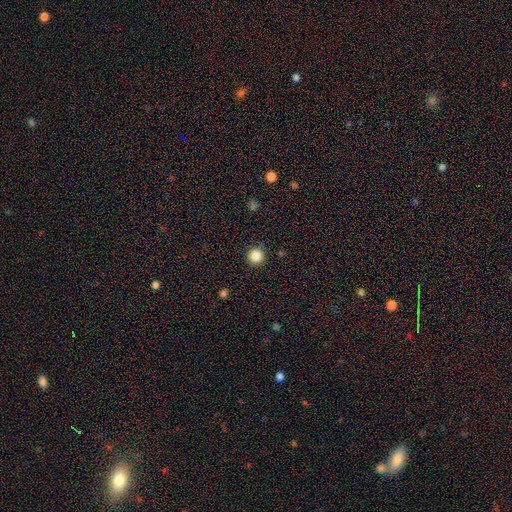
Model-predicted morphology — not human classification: Smooth or featured? Predicted: smooth (p=0.85). How rounded? Predicted: round (p=0.93). Merging? Predicted: none (p=0.88).